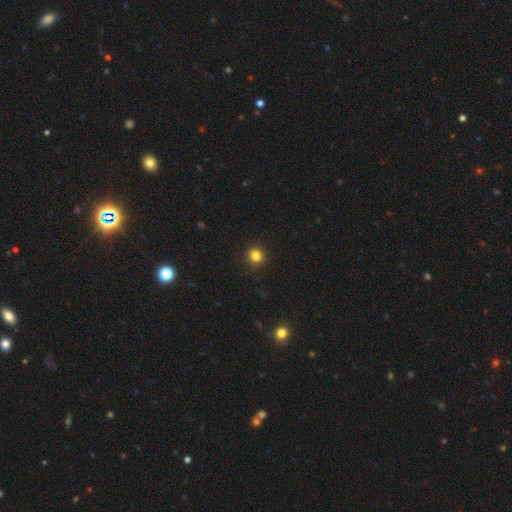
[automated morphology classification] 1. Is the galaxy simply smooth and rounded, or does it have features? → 83% smooth, 13% star or artifact, 4% featured or disk.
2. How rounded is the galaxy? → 94% round, 5% in between, 1% cigar-shaped.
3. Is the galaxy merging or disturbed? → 92% none, 5% minor disturbance, 2% major disturbance, 1% merger.